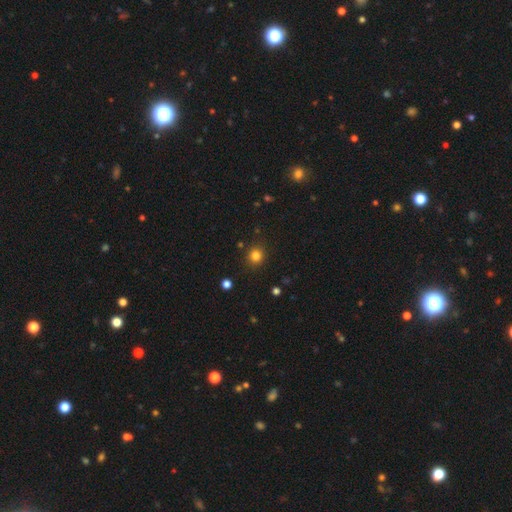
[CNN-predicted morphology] Overall: smooth (82%). How rounded: round (88%). Merging: none (89%).